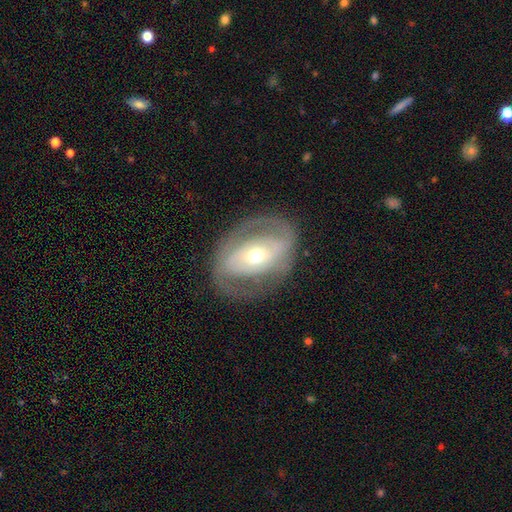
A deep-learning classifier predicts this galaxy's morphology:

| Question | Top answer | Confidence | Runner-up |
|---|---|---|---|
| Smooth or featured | featured or disk | 73% | smooth (20%) |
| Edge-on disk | no | 94% | yes (6%) |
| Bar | no | 46% | weak (27%) |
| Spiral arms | yes | 63% | no (37%) |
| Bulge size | moderate | 52% | small (41%) |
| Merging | none | 72% | minor disturbance (15%) |